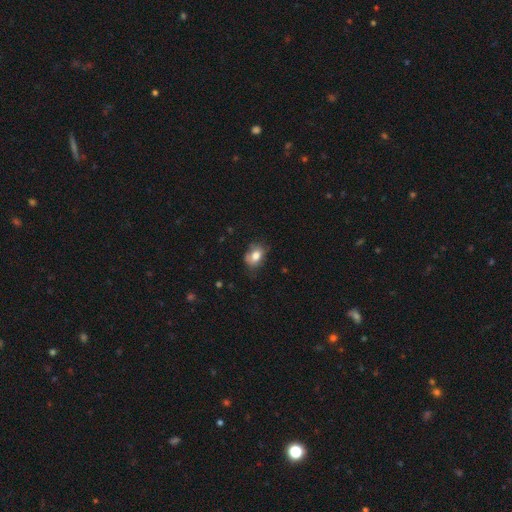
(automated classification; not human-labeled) smooth_or_featured: smooth (p=0.77) [alt: featured or disk p=0.14]
how_rounded: in between (p=0.70) [alt: round p=0.29]
merging: none (p=0.56) [alt: minor disturbance p=0.31]